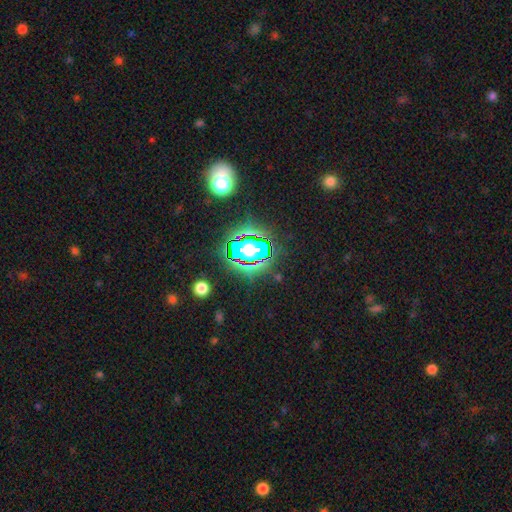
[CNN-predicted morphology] A star or artifact, not a galaxy (65%).